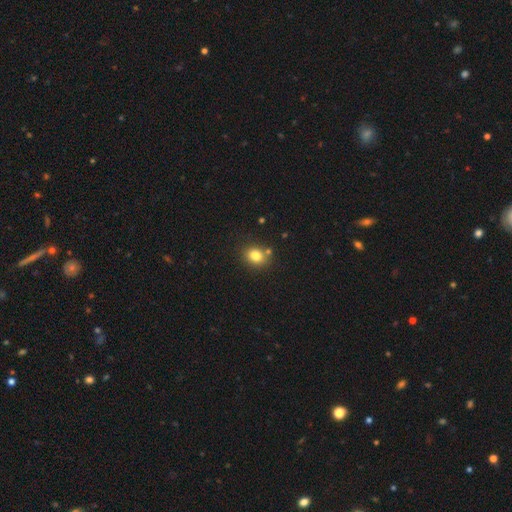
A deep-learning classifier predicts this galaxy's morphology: This appears to be a smooth galaxy with no disk features (81%) that is in between round and cigar-shaped (50%). Merging: none (73%).